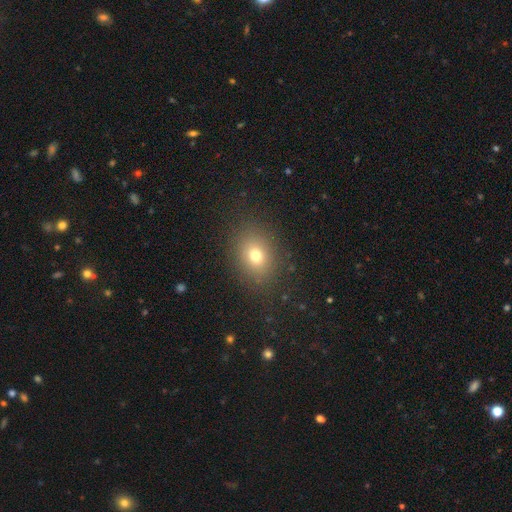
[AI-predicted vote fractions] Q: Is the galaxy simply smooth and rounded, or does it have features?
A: smooth — 74%.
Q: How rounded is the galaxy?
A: in between — 50%.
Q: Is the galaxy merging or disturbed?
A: none — 86%.